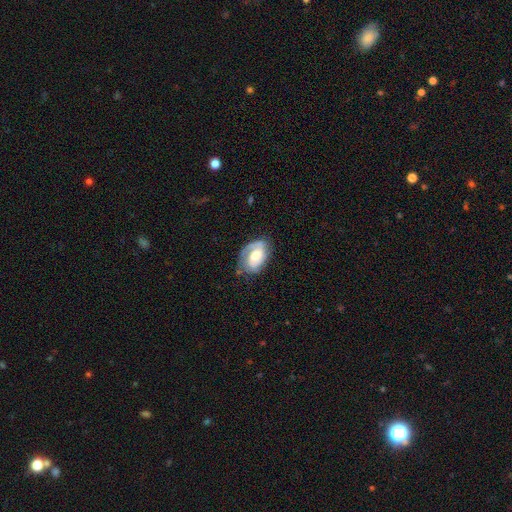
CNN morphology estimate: Smooth or featured? featured or disk (75%)
Edge-on disk? no (97%)
Bar? no (58%)
Spiral arms? yes (91%)
Spiral winding? tight (50%)
Spiral arm count? 2 (48%)
Bulge size? moderate (55%)
Merging? none (61%)